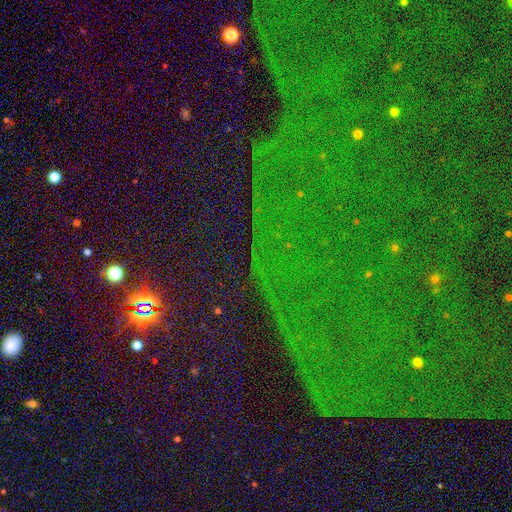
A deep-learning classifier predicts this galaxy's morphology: The model was most divided on "smooth or featured": star or artifact: 85%, featured or disk: 8%, smooth: 8%.